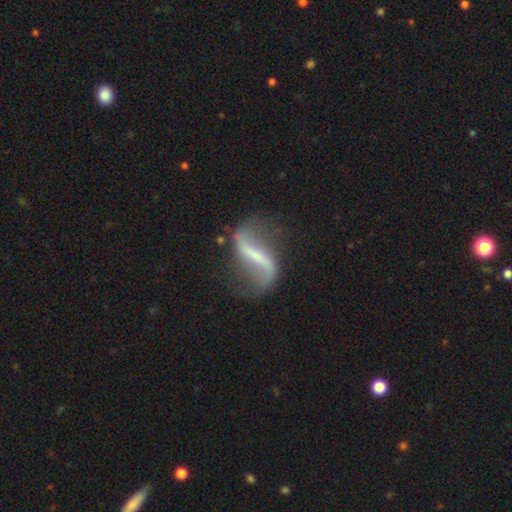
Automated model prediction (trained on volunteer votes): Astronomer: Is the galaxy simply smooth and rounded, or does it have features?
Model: featured or disk — 85%.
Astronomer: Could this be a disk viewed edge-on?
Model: no — 94%.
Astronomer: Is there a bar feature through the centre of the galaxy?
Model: strong — 66%.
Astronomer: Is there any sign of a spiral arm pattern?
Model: yes — 90%.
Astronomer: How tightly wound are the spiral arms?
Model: loose — 88%.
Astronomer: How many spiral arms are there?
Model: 2 — 90%.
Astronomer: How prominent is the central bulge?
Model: none — 45% (runner-up: small, 39%).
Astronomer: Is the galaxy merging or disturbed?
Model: none — 70%.